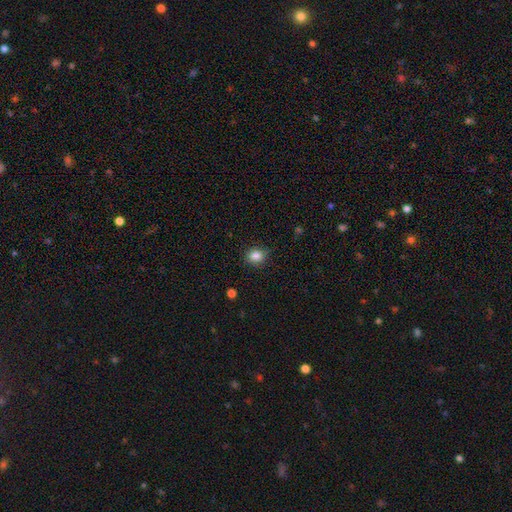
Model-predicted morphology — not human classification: Overall: smooth (85%). How rounded: round (65%; in between 34%). Merging: none (83%).